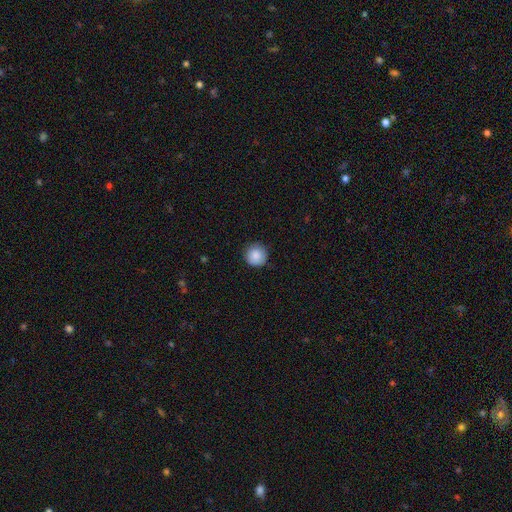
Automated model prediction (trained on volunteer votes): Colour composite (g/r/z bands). It shows a smooth galaxy with no disk features (87%) that is round (95%). Merging: none (88%).